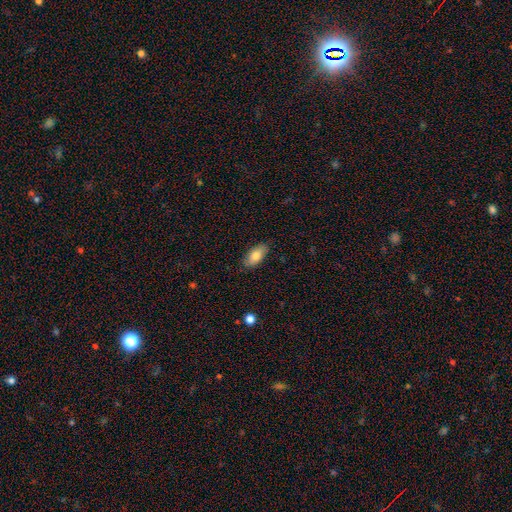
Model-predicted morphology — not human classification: Smooth or featured: smooth — 78% (featured or disk — 15%)
How rounded: in between — 89% (cigar-shaped — 8%)
Merging: none — 86% (minor disturbance — 11%)